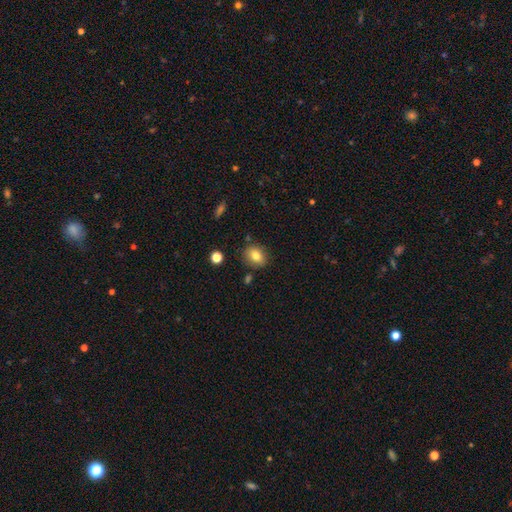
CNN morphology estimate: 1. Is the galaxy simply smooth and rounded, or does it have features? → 79% smooth, 11% featured or disk, 10% star or artifact.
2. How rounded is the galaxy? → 54% round, 44% in between, 1% cigar-shaped.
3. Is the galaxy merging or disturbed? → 82% none, 11% minor disturbance, 3% merger, 3% major disturbance.